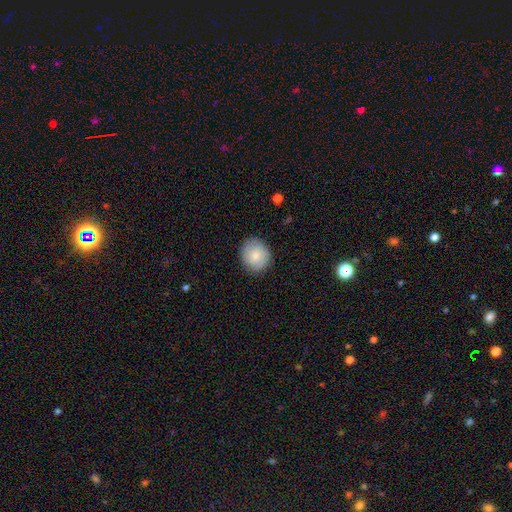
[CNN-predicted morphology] smooth 78%, featured or disk 15%, star or artifact 7%. Down the decision tree: how rounded — round (83%); merging — none (86%).